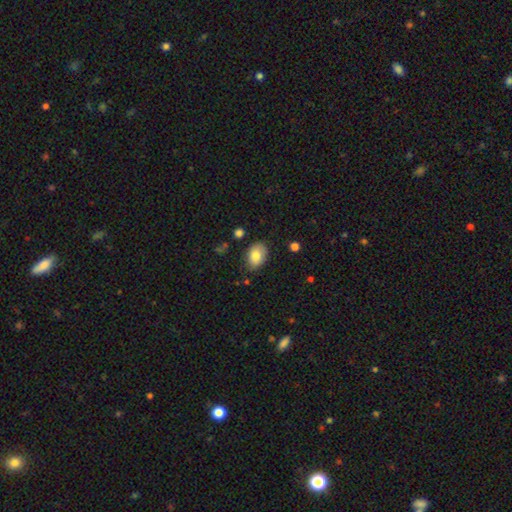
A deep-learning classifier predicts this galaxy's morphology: A smooth galaxy with no disk features (82%) that is in between round and cigar-shaped (83%). Merging: none (79%).